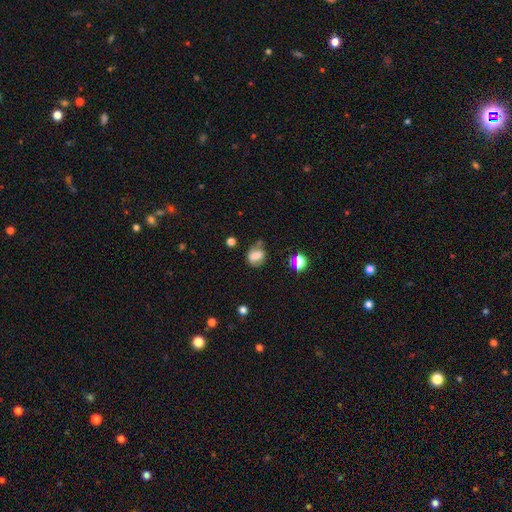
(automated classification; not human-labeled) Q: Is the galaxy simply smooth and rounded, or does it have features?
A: smooth — 66%.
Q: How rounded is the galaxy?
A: in between — 55%.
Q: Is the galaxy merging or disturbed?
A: none — 57%.